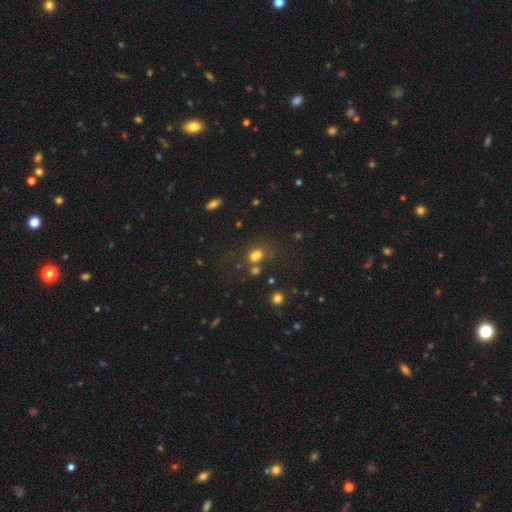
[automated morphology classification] Smooth or featured? Predicted: smooth (p=0.70). How rounded? Predicted: in between (p=0.61). Merging? Predicted: none (p=0.47).